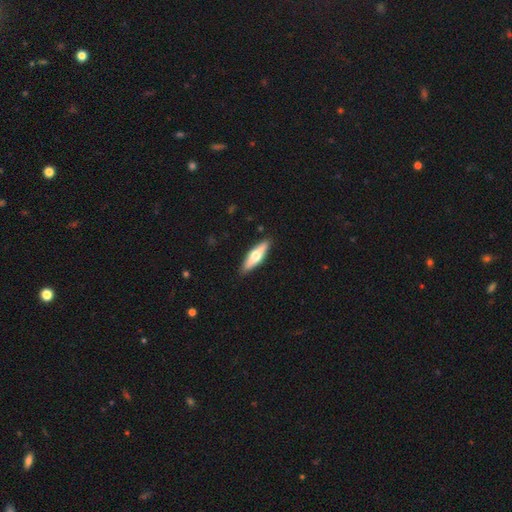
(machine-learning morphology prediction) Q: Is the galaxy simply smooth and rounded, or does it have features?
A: featured or disk — 49%.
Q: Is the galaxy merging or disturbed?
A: none — 90%.